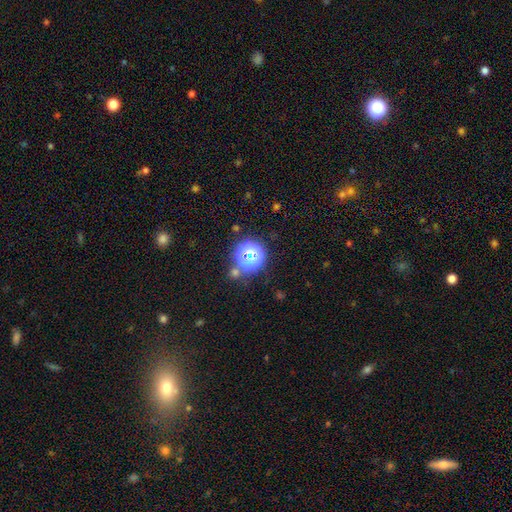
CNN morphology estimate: Smooth or featured? star or artifact (72%)